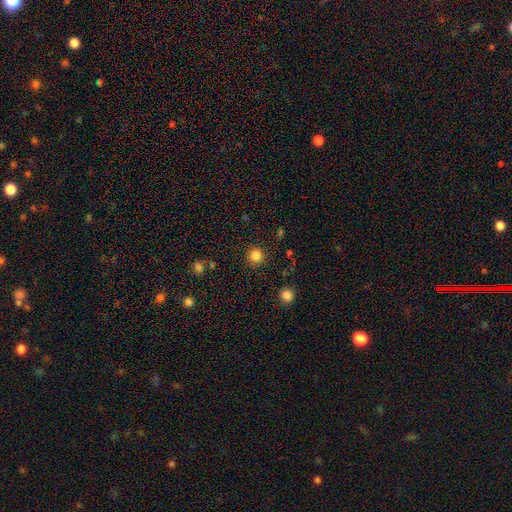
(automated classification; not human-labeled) smooth-or-featured: smooth: 83% | star or artifact: 13% | featured or disk: 4%
  how-rounded: round: 95% | in between: 4% | cigar-shaped: 1%
  merging: none: 90% | minor disturbance: 6% | major disturbance: 2% | merger: 1%